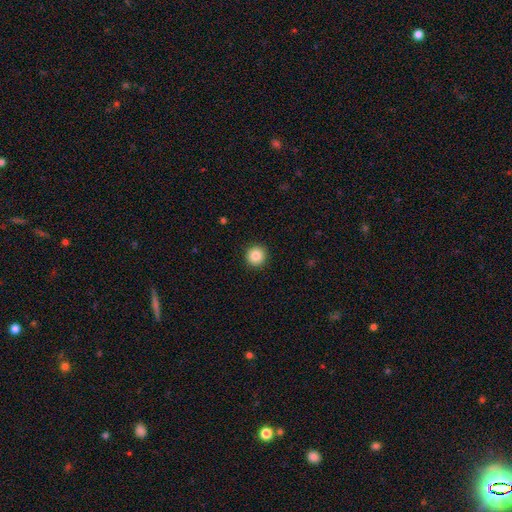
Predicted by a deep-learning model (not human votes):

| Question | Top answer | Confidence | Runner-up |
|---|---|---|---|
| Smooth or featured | smooth | 87% | star or artifact (9%) |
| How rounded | round | 95% | in between (4%) |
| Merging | none | 92% | minor disturbance (5%) |